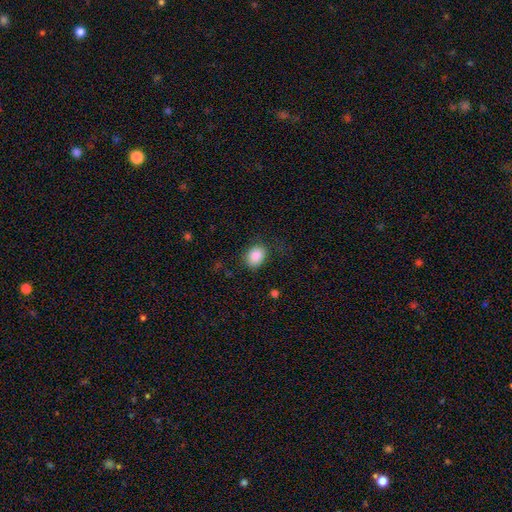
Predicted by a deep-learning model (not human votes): Morphology: type=smooth (88%); roundness=in between (60%); merging=none (75%).